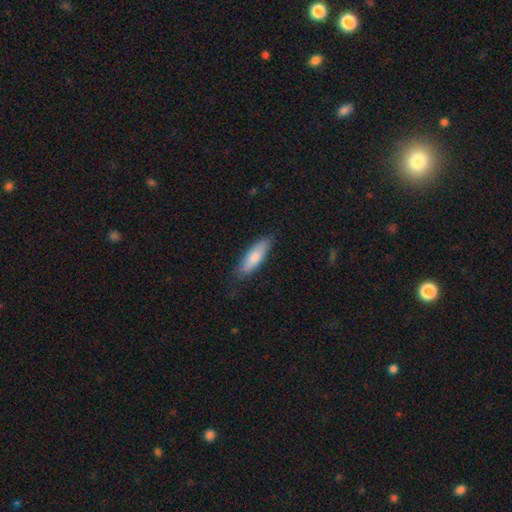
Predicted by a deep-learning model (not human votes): Smooth or featured? Predicted: smooth (p=0.77). How rounded? Predicted: cigar-shaped (p=0.51). Merging? Predicted: none (p=0.81).